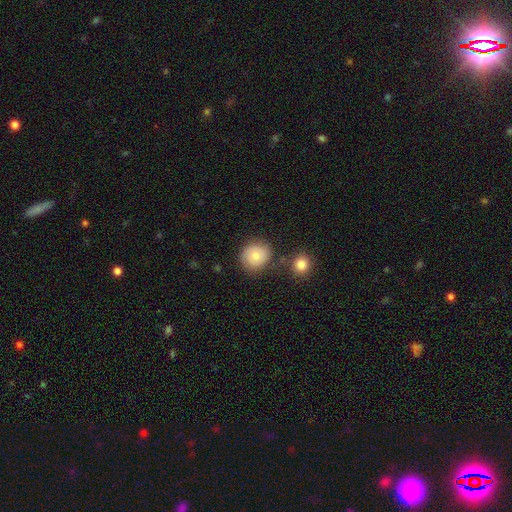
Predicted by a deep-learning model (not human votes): This is likely a smooth galaxy (75%). How rounded: clearly round (84%). Merging: likely none (76%).